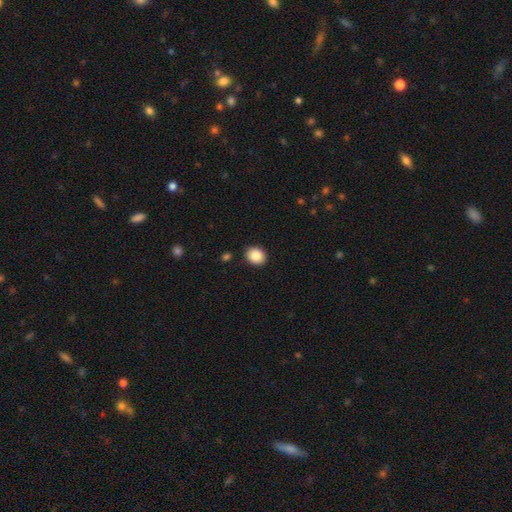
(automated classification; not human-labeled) smooth 87%, star or artifact 8%, featured or disk 5%. Down the decision tree: how rounded — round (55%); merging — none (90%).